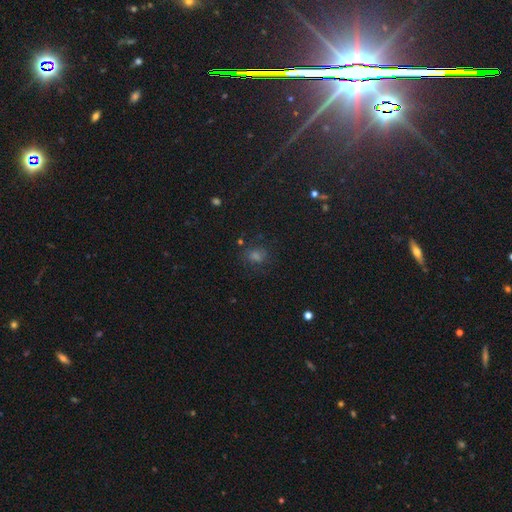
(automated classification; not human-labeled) Smooth or featured?
  - smooth: 47% *
  - star or artifact: 42%
  - featured or disk: 12%
Merging?
  - none: 76% *
  - minor disturbance: 13%
  - major disturbance: 7%
  - merger: 4%